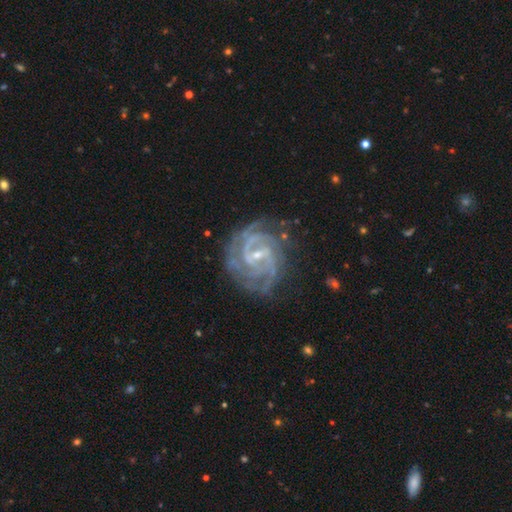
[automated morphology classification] type=featured or disk (88%); edge-on=no (98%); bar=weak (50%); spiral arms=yes (98%); winding=tight (61%); arm count=2 (37%); bulge=small (71%); merging=none (77%).